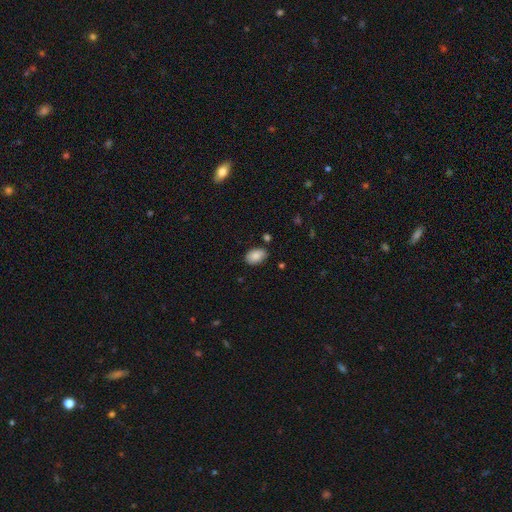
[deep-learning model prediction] Morphology: type=smooth (87%); roundness=in between (89%); merging=none (81%).